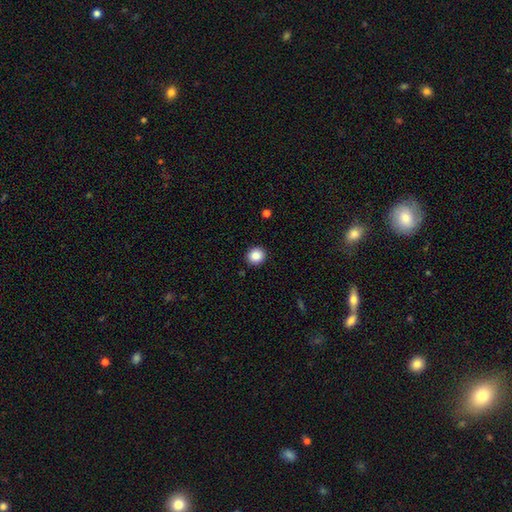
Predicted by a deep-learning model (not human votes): Smooth or featured? Predicted: smooth (p=0.87). How rounded? Predicted: round (p=0.86). Merging? Predicted: none (p=0.92).